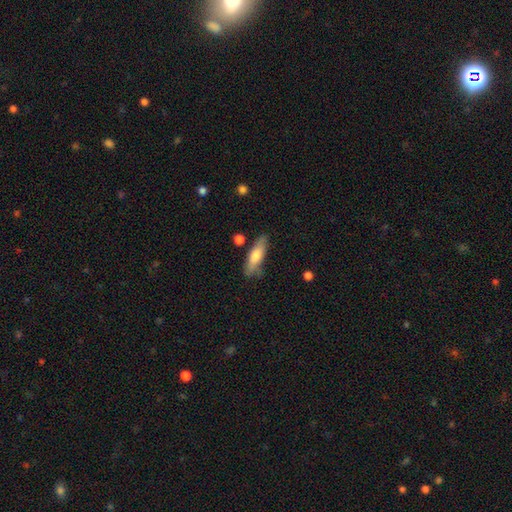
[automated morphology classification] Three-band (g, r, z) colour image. It shows a smooth galaxy with no disk features (67%) that is cigar-shaped (58%). Merging: none (75%).